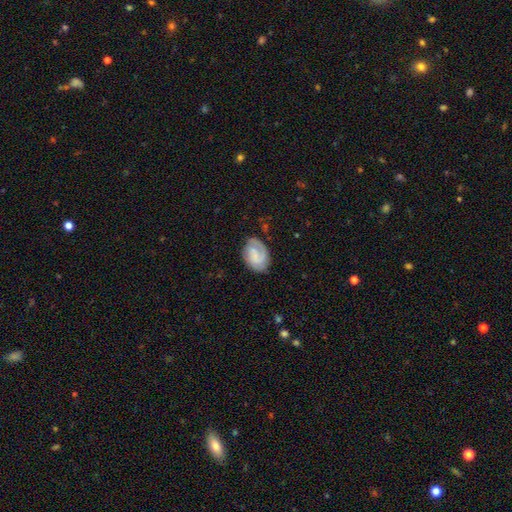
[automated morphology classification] This appears to be a featured or disk galaxy (59%) with no bar (49%), 2 (49%) tight (50%) spiral arms (90%) and no central bulge (45%). Merging: none (72%).